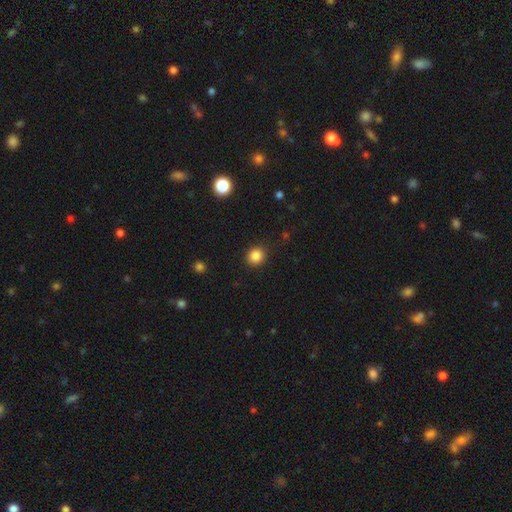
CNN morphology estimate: This is clearly a smooth galaxy (86%). How rounded: clearly round (85%). Merging: clearly none (89%).